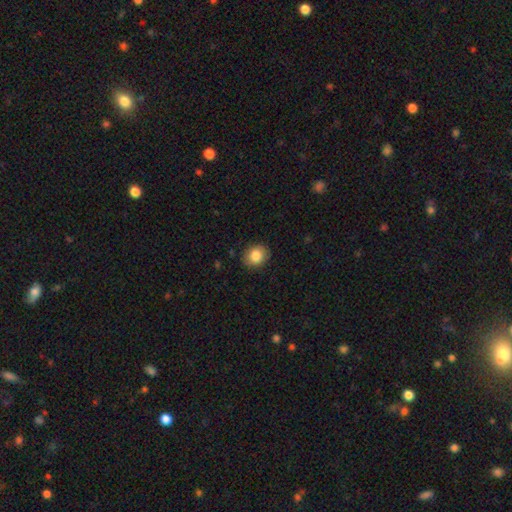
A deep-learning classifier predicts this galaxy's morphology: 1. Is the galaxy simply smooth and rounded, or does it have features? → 84% smooth, 9% star or artifact, 7% featured or disk.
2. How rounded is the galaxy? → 63% round, 36% in between, 1% cigar-shaped.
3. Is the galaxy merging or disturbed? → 89% none, 8% minor disturbance, 2% major disturbance, 1% merger.